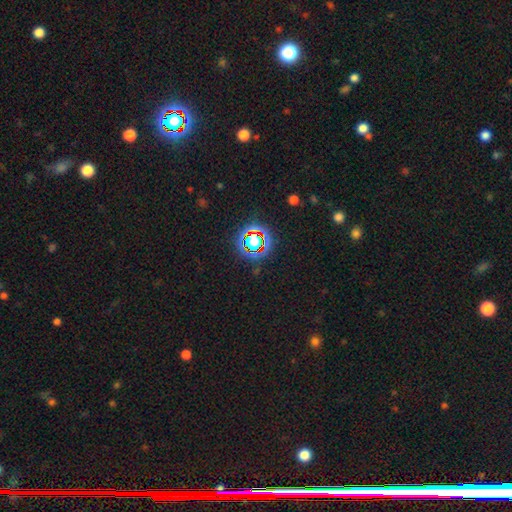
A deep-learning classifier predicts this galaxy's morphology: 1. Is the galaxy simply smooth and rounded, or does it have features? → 78% star or artifact, 14% smooth, 8% featured or disk.